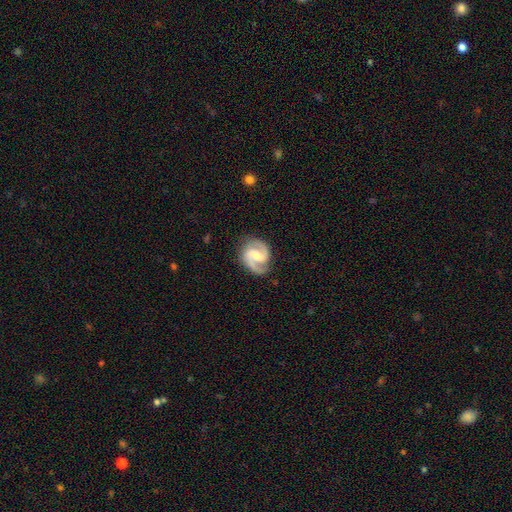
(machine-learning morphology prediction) This is clearly a featured or disk galaxy (90%). It is clearly not viewed edge-on (98%). Bar: possibly weak (52%). Spiral arm pattern: clearly yes (98%). Spiral arm count: clearly 2 (93%). Spiral winding: possibly medium (58%). Central bulge: possibly moderate (55%). Merging: clearly none (83%).